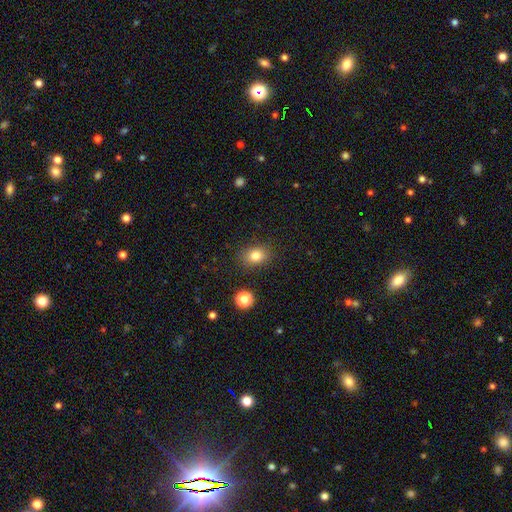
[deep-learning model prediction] Smooth or featured?
  - smooth: 82% *
  - star or artifact: 11%
  - featured or disk: 7%
How rounded?
  - in between: 59% *
  - round: 40%
  - cigar-shaped: 1%
Merging?
  - none: 85% *
  - minor disturbance: 10%
  - major disturbance: 3%
  - merger: 2%